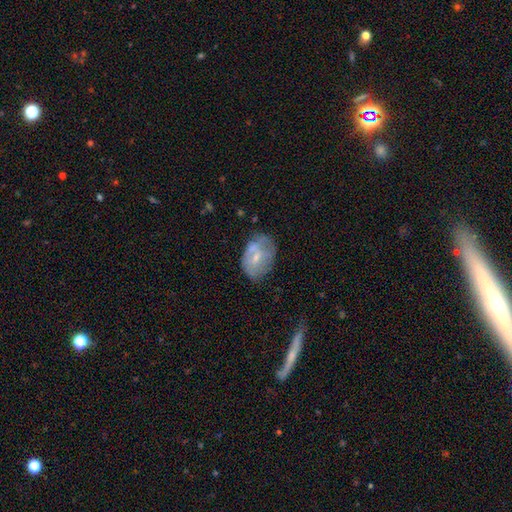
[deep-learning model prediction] A featured or disk galaxy (47%). Merging: none (45%).